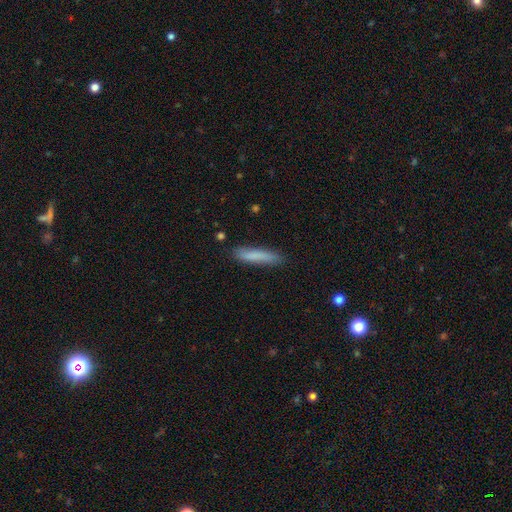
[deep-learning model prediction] Smooth or featured?
  - smooth: 81% *
  - featured or disk: 12%
  - star or artifact: 7%
How rounded?
  - cigar-shaped: 89% *
  - in between: 10%
  - round: 1%
Merging?
  - none: 84% *
  - minor disturbance: 12%
  - major disturbance: 2%
  - merger: 2%